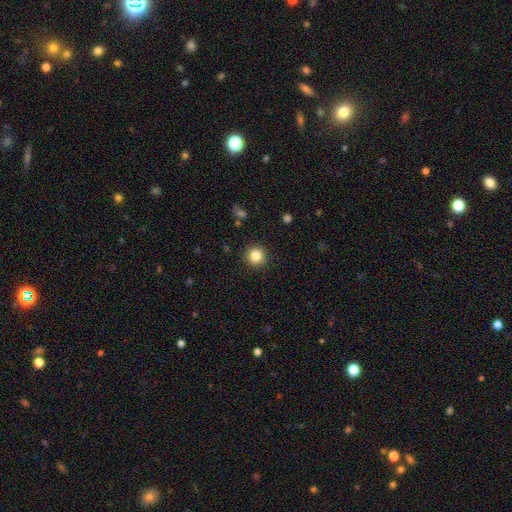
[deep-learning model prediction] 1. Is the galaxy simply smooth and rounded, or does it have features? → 84% smooth, 11% star or artifact, 6% featured or disk.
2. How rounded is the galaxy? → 95% round, 4% in between, 1% cigar-shaped.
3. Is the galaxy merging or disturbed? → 92% none, 5% minor disturbance, 2% major disturbance, 1% merger.